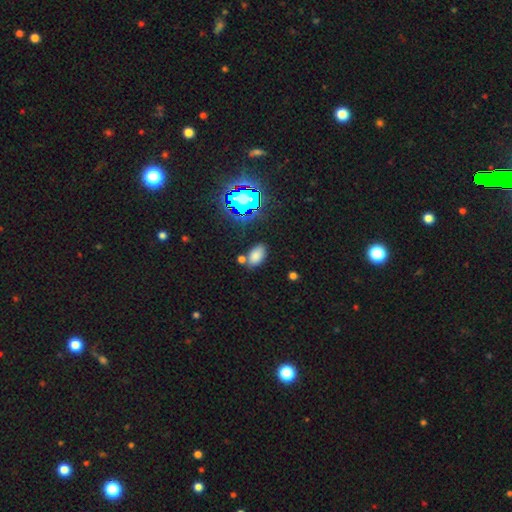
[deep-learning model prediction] Morphology: type=smooth (74%); roundness=in between (91%); merging=none (71%).